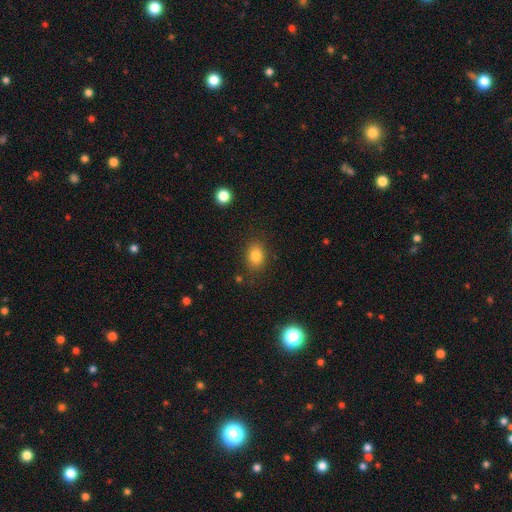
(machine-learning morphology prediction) This appears to be a smooth galaxy with no disk features (82%) that is in between round and cigar-shaped (65%). Merging: none (84%).